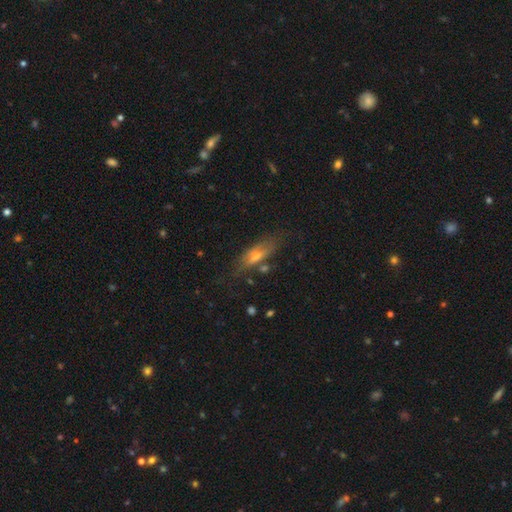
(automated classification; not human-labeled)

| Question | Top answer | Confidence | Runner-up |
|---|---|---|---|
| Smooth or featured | featured or disk | 46% | smooth (44%) |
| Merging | none | 70% | minor disturbance (18%) |